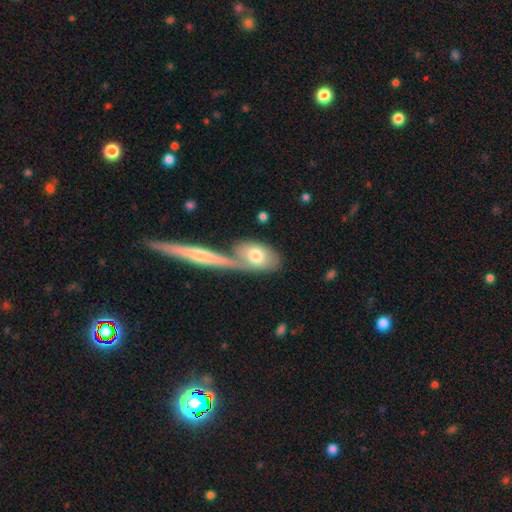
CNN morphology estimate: Overall: smooth (72%). How rounded: in between (84%). Merging: none (43%; merger 40%).